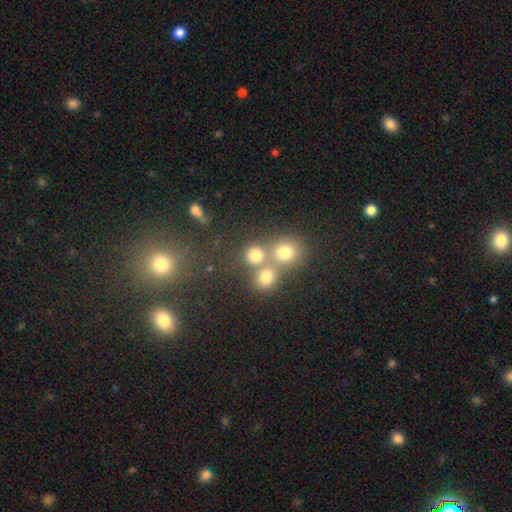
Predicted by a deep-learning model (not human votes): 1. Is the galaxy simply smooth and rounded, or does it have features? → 75% smooth, 16% star or artifact, 9% featured or disk.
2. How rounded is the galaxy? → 86% round, 13% in between, 1% cigar-shaped.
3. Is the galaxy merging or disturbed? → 54% none, 35% merger, 7% minor disturbance, 4% major disturbance.